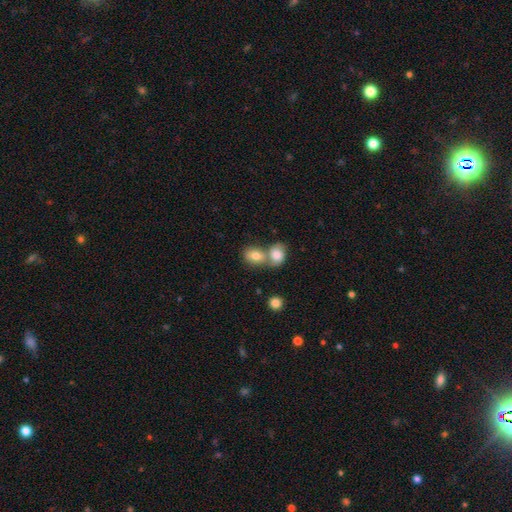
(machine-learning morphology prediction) This appears to be a smooth galaxy with no disk features (80%) that is in between round and cigar-shaped (60%). Merging: merger (60%).